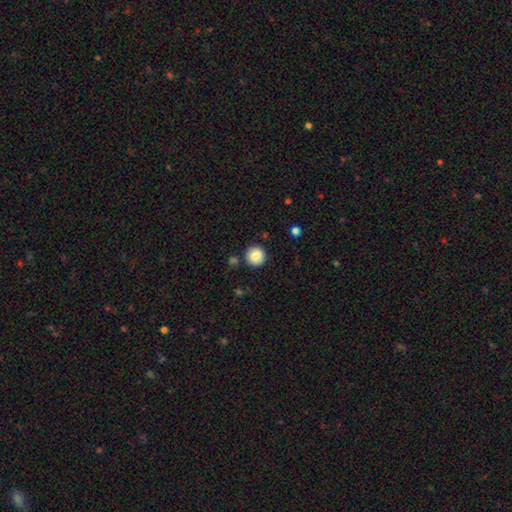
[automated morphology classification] The model was most divided on "smooth or featured": smooth: 83%, featured or disk: 9%, star or artifact: 8%. More confident: how rounded — round (93%); merging — none (87%).